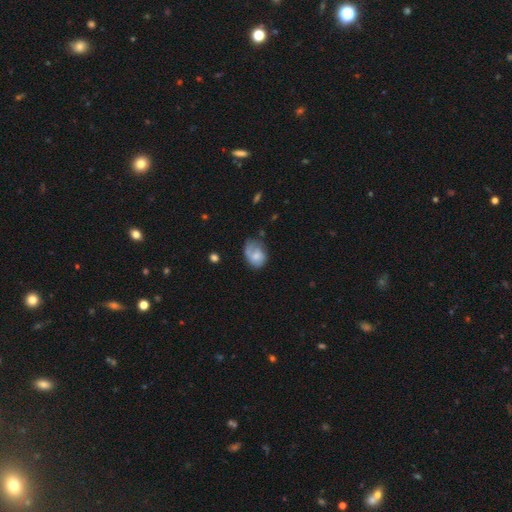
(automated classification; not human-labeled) This is possibly a smooth galaxy (54%). How rounded: likely in between (67%). Merging: marginally none (43%).